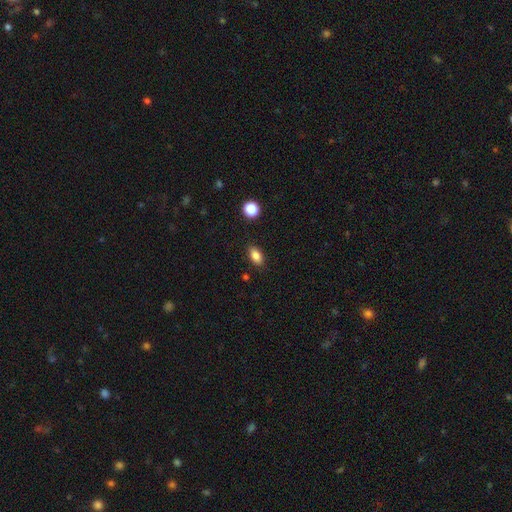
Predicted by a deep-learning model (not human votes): A smooth galaxy with no disk features (84%) that is in between round and cigar-shaped (87%).

Vote fractions:
- Smooth or featured? smooth: 84% / star or artifact: 9% / featured or disk: 6%
- How rounded? in between: 87% / round: 8% / cigar-shaped: 5%
- Merging? none: 86% / minor disturbance: 10% / major disturbance: 2% / merger: 2%